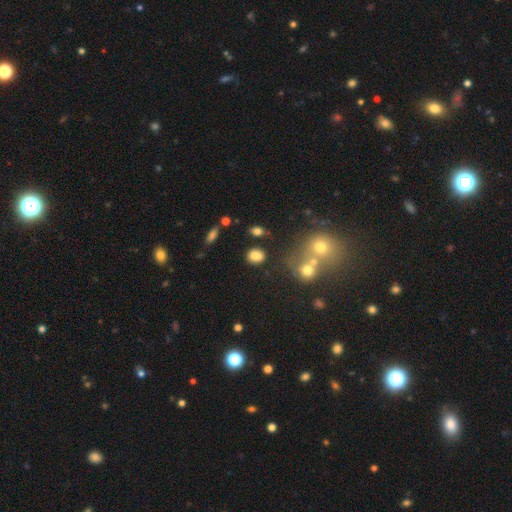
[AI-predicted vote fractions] Morphology: type=smooth (79%); roundness=round (52%); merging=none (69%).